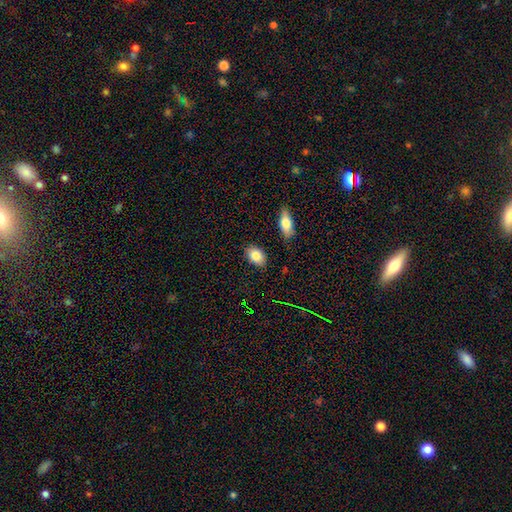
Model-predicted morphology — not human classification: A smooth galaxy with no disk features (83%) that is in between round and cigar-shaped (83%).

Vote fractions:
- Smooth or featured? smooth: 83% / featured or disk: 9% / star or artifact: 8%
- How rounded? in between: 83% / round: 15% / cigar-shaped: 2%
- Merging? none: 85% / minor disturbance: 10% / merger: 3% / major disturbance: 2%